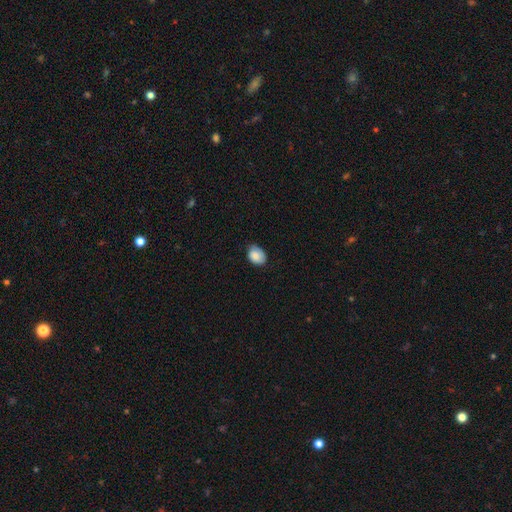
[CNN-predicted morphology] A smooth galaxy with no disk features (82%) that is in between round and cigar-shaped (73%).

Vote fractions:
- Smooth or featured? smooth: 82% / featured or disk: 10% / star or artifact: 7%
- How rounded? in between: 73% / round: 26% / cigar-shaped: 1%
- Merging? none: 65% / minor disturbance: 28% / major disturbance: 5% / merger: 1%